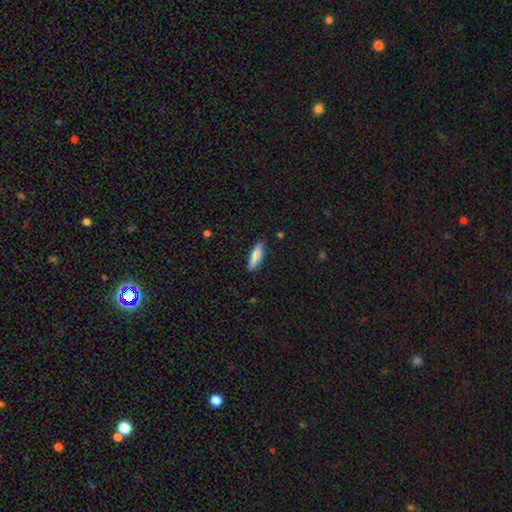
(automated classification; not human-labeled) smooth 83%, featured or disk 12%, star or artifact 6%. Down the decision tree: how rounded — cigar-shaped (57%); merging — none (86%).